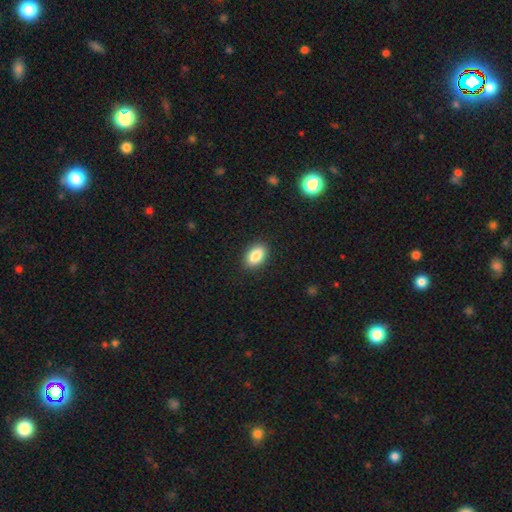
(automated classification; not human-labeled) Overall: smooth (87%). How rounded: in between (89%). Merging: none (90%).